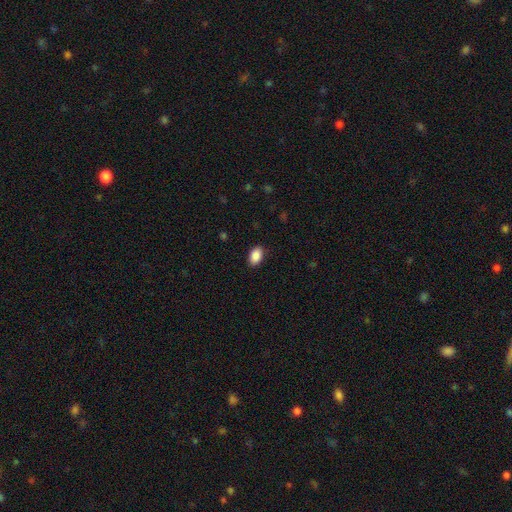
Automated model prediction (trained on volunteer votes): A smooth galaxy with no disk features (89%) that is in between round and cigar-shaped (90%). Merging: none (87%).